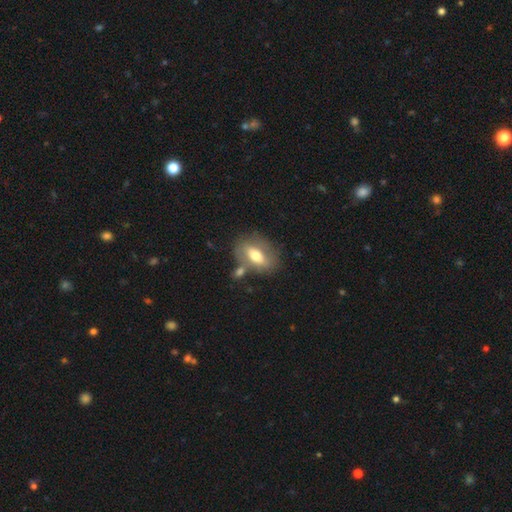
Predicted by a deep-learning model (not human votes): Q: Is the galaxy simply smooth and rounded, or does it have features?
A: smooth — 58%.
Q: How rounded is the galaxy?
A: in between — 84%.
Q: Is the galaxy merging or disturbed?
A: none — 57%.